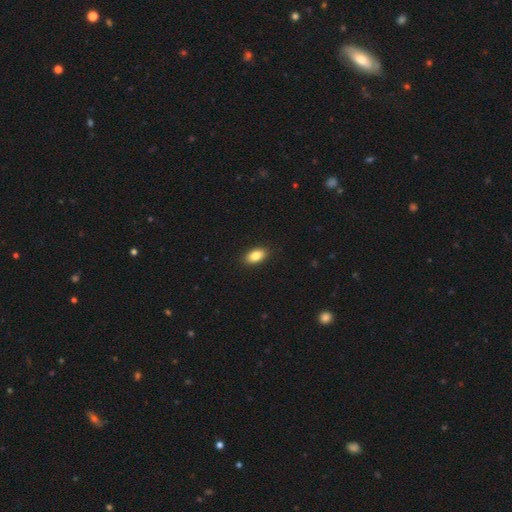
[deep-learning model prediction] smooth_or_featured: smooth (p=0.85) [alt: featured or disk p=0.08]
how_rounded: in between (p=0.91) [alt: round p=0.05]
merging: none (p=0.90) [alt: minor disturbance p=0.08]